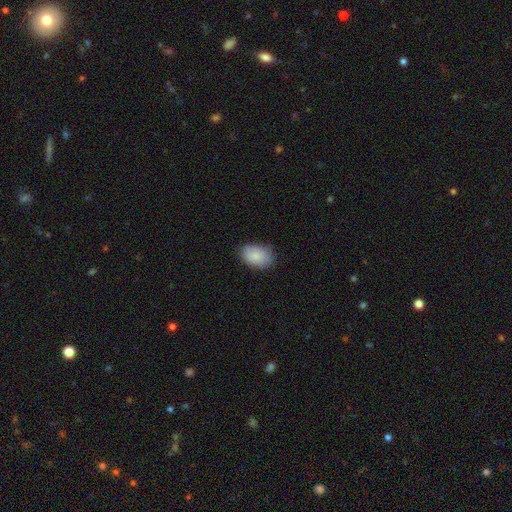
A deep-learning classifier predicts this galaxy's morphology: type=smooth (87%); roundness=in between (86%); merging=none (80%).